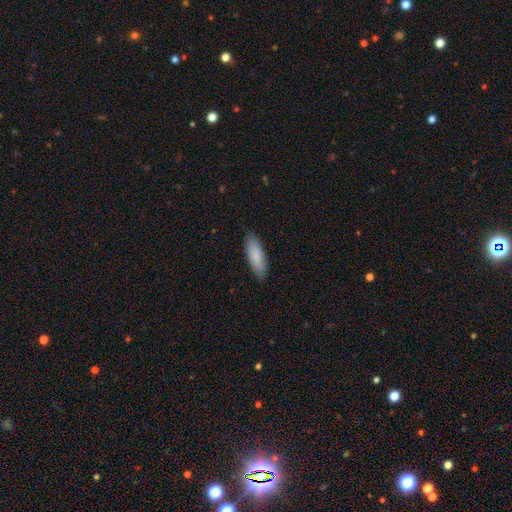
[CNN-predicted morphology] Smooth or featured? smooth (87%)
How rounded? in between (55%)
Merging? none (88%)